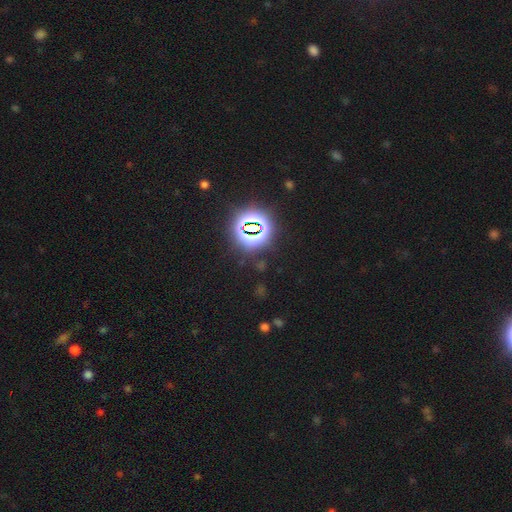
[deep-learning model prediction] Morphology: type=star or artifact (82%).